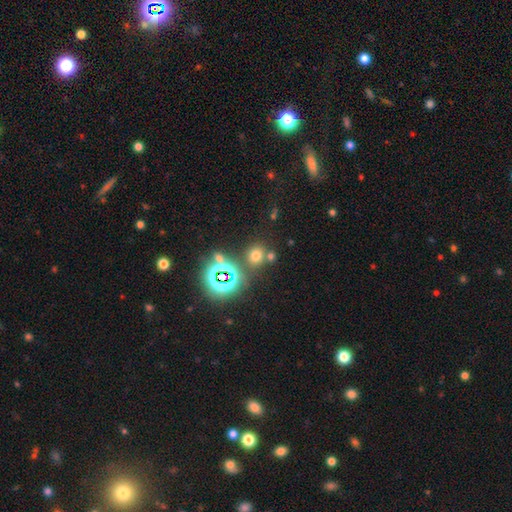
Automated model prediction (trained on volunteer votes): Smooth or featured: smooth — 60% (star or artifact — 32%)
How rounded: round — 82% (in between — 17%)
Merging: none — 74% (merger — 13%)